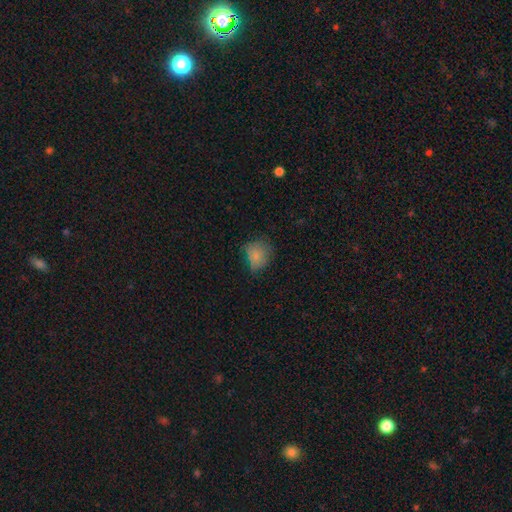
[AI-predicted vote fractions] Smooth or featured? Predicted: smooth (p=0.77). How rounded? Predicted: round (p=0.62). Merging? Predicted: none (p=0.52).